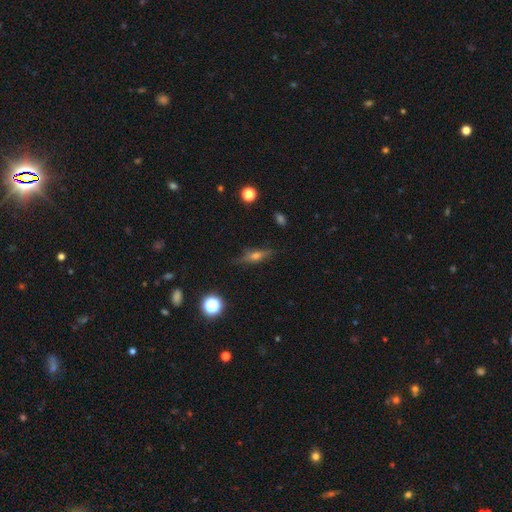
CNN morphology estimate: This is possibly a featured or disk galaxy (54%). It is clearly viewed edge-on (90%). Merging: clearly none (81%).